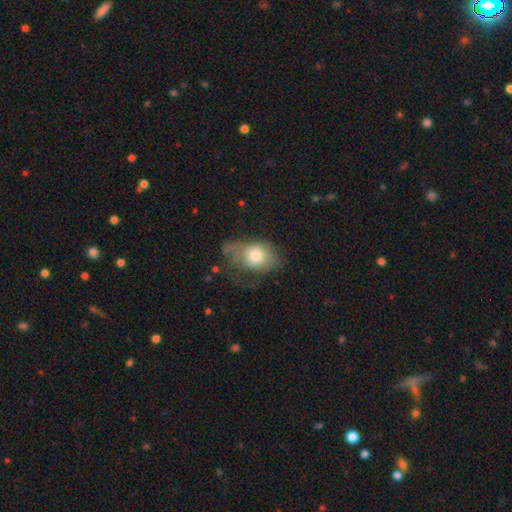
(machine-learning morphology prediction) Smooth or featured? Predicted: smooth (p=0.67). How rounded? Predicted: in between (p=0.70). Merging? Predicted: major disturbance (p=0.40).